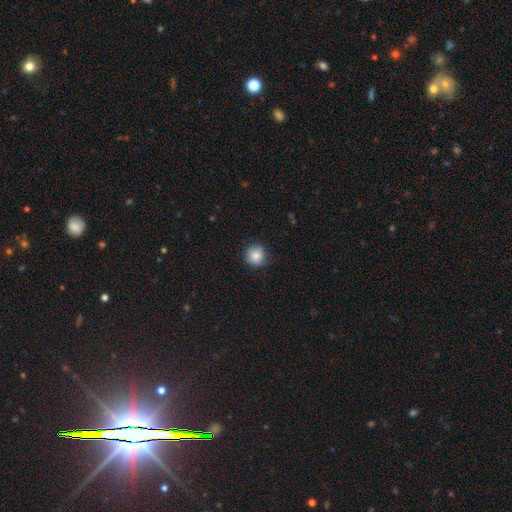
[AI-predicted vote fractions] This is clearly a smooth galaxy (84%). How rounded: clearly round (93%). Merging: clearly none (81%).